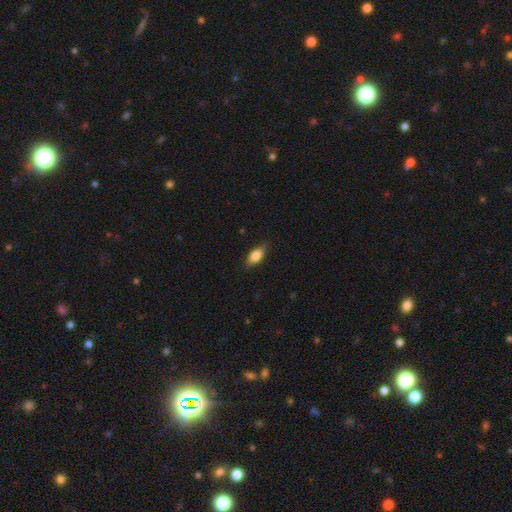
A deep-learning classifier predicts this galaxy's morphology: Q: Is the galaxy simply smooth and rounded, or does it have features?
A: smooth — 79%.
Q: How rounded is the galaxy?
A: in between — 82%.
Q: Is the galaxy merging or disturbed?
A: none — 79%.